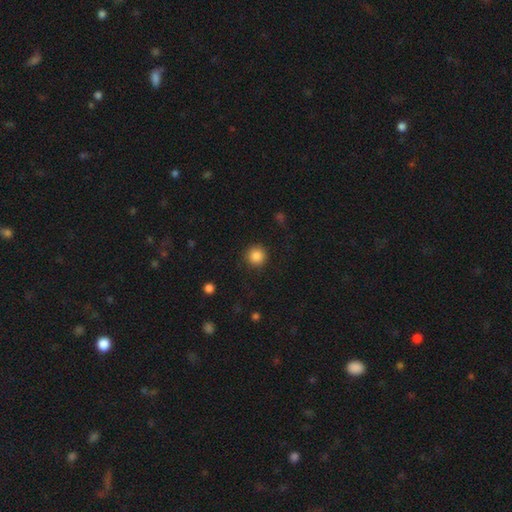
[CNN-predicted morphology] Q: Smooth or featured?
A: smooth (86%); runner-up: star or artifact (10%)
Q: How rounded?
A: round (95%); runner-up: in between (4%)
Q: Merging?
A: none (90%); runner-up: minor disturbance (6%)